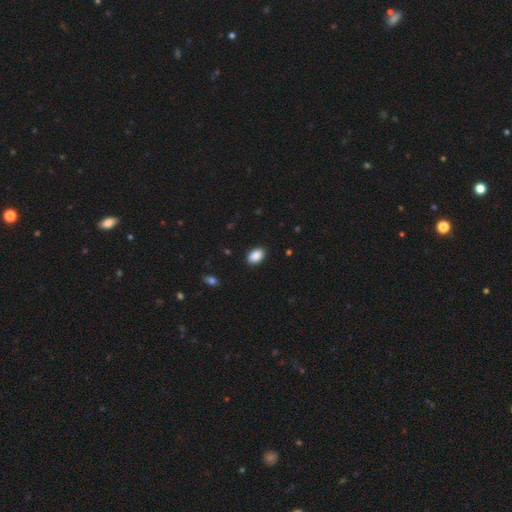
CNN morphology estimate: Smooth or featured? Predicted: smooth (p=0.90). How rounded? Predicted: in between (p=0.86). Merging? Predicted: none (p=0.89).